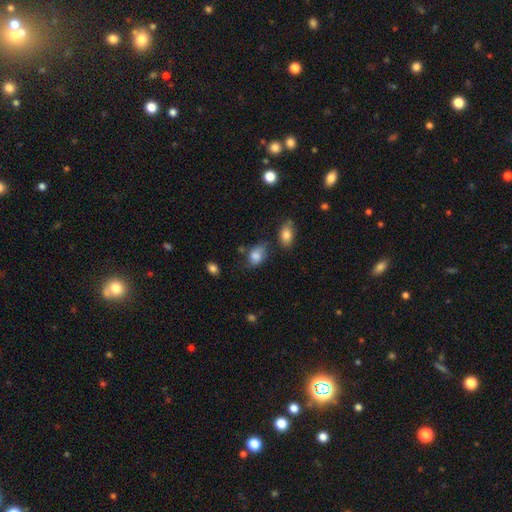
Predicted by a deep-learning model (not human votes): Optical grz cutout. It shows a smooth galaxy with no disk features (79%) that is in between round and cigar-shaped (76%). Merging: none (49%).